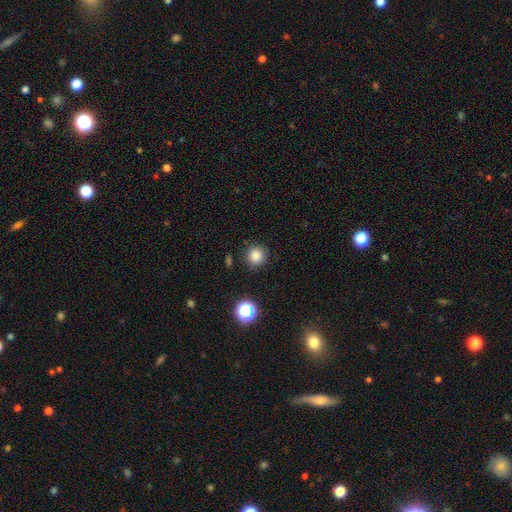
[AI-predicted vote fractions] Q: Smooth or featured?
A: smooth (83%); runner-up: star or artifact (13%)
Q: How rounded?
A: round (94%); runner-up: in between (5%)
Q: Merging?
A: none (88%); runner-up: minor disturbance (8%)